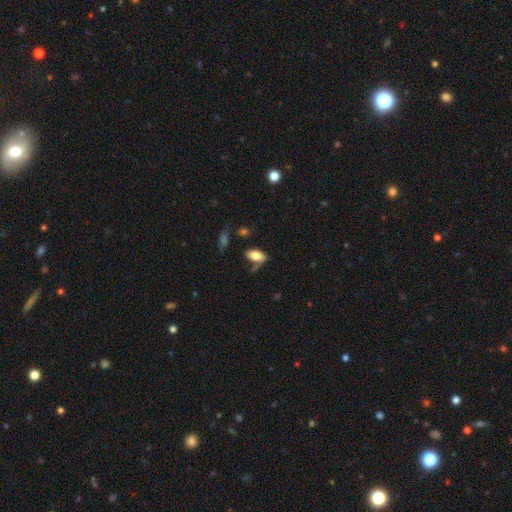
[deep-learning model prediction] Smooth or featured? smooth (78%)
How rounded? in between (91%)
Merging? none (56%)